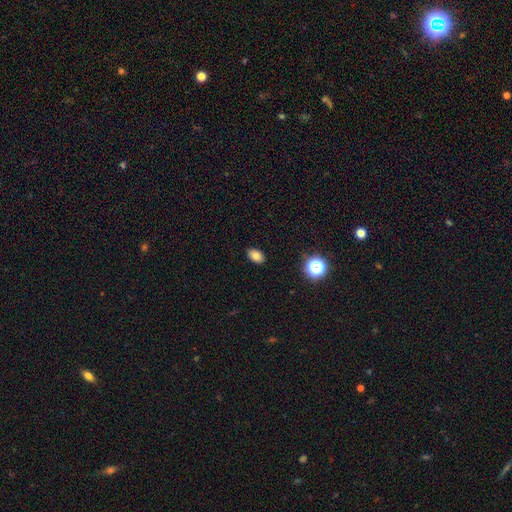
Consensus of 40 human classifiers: This is clearly a smooth galaxy (88%). How rounded: clearly in between (91%). Merging: clearly none (92%).